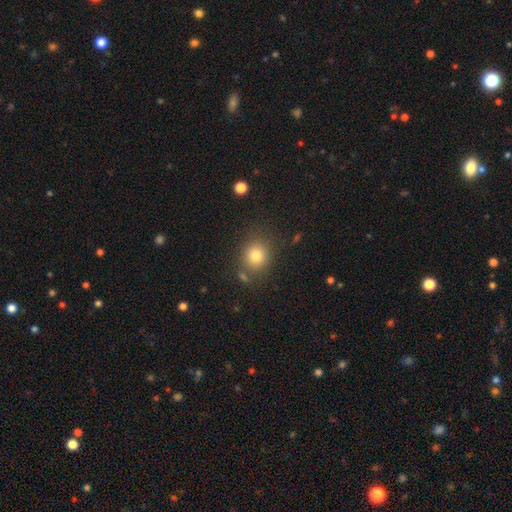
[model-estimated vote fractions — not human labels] Smooth or featured? Predicted: smooth (p=0.80). How rounded? Predicted: round (p=0.78). Merging? Predicted: none (p=0.78).